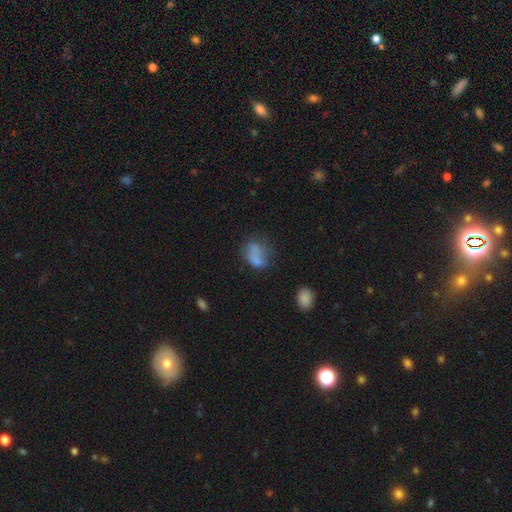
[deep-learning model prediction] A smooth galaxy with no disk features (67%) that is in between round and cigar-shaped (71%). Merging: none (34%).